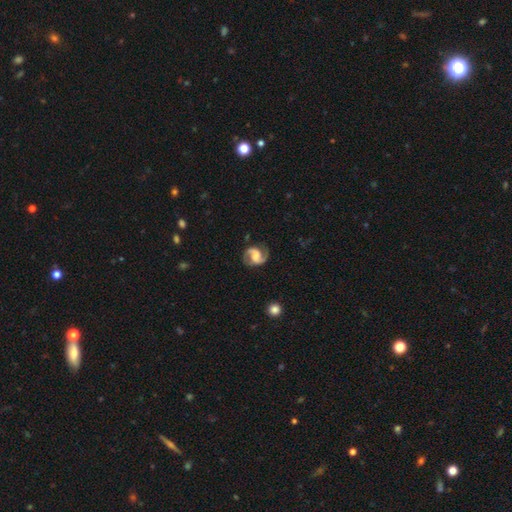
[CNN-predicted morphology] This is clearly a featured or disk galaxy (89%). It is clearly not viewed edge-on (98%). Bar: possibly weak (46%). Spiral arm pattern: clearly yes (98%). Spiral arm count: clearly 2 (94%). Spiral winding: possibly medium (57%). Central bulge: marginally moderate (41%). Merging: clearly none (83%).